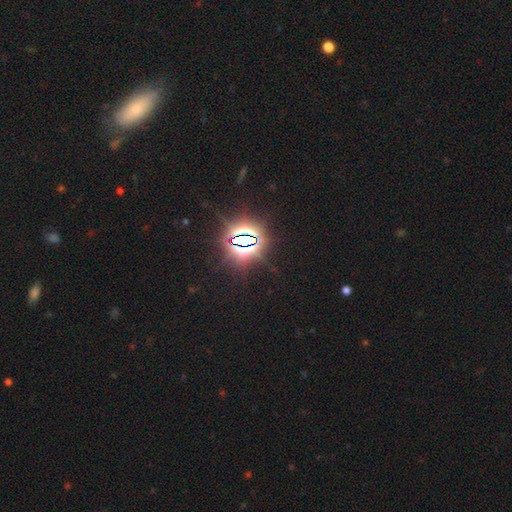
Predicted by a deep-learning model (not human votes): The model was most divided on "smooth or featured": star or artifact: 82%, smooth: 11%, featured or disk: 7%.